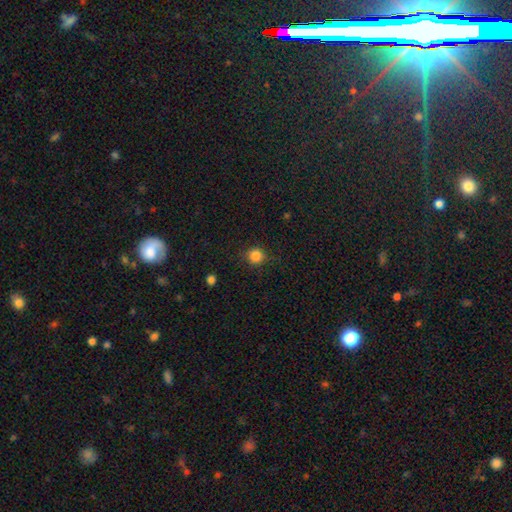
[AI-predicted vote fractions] Smooth or featured? Predicted: smooth (p=0.85). How rounded? Predicted: round (p=0.92). Merging? Predicted: none (p=0.86).